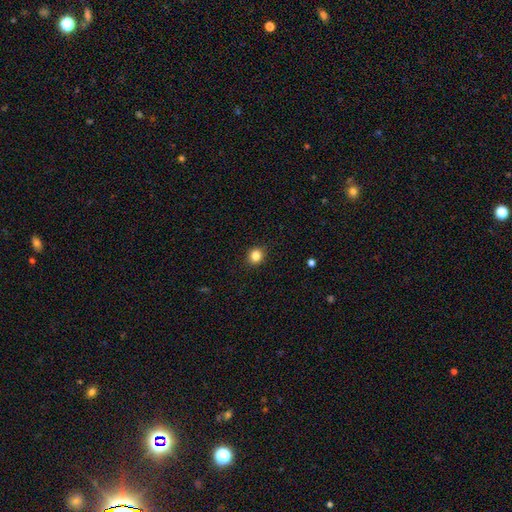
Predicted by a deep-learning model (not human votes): smooth_or_featured: smooth (p=0.84) [alt: star or artifact p=0.11]
how_rounded: round (p=0.80) [alt: in between p=0.19]
merging: none (p=0.90) [alt: minor disturbance p=0.07]